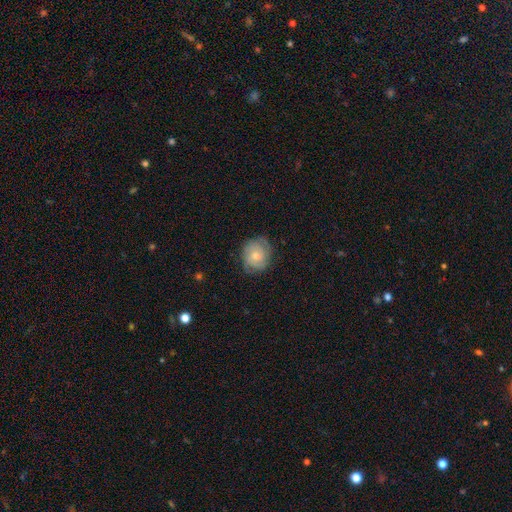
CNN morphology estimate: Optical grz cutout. It shows a featured or disk galaxy (55%) with no bar (70%), spiral arms (87%) and a moderate central bulge (49%). Merging: none (74%).